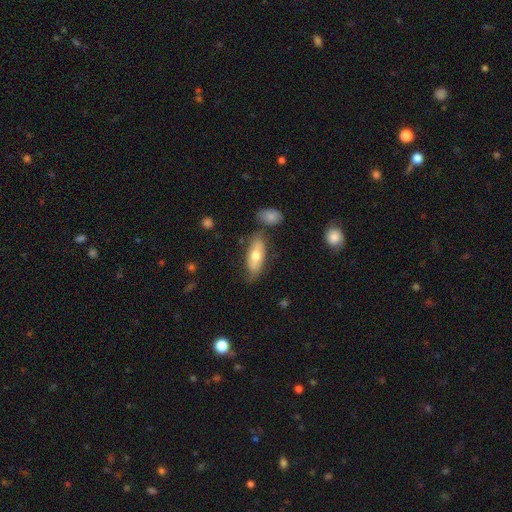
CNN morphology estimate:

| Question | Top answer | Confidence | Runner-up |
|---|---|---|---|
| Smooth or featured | smooth | 62% | featured or disk (32%) |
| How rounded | in between | 76% | cigar-shaped (21%) |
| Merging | none | 66% | minor disturbance (21%) |